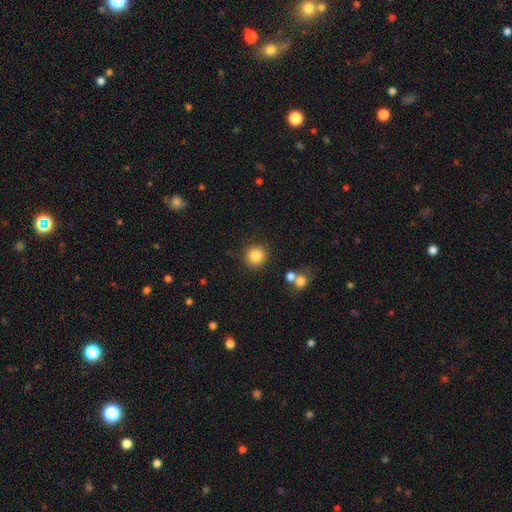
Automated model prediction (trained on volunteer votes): A smooth galaxy with no disk features (85%) that is round (93%).

Vote fractions:
- Smooth or featured? smooth: 85% / star or artifact: 10% / featured or disk: 5%
- How rounded? round: 93% / in between: 6% / cigar-shaped: 1%
- Merging? none: 86% / minor disturbance: 7% / merger: 4% / major disturbance: 3%